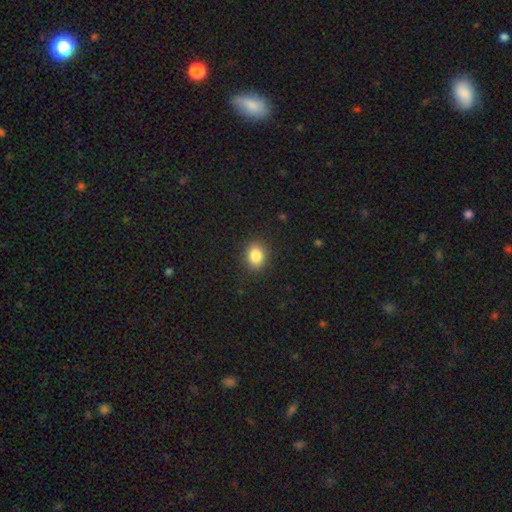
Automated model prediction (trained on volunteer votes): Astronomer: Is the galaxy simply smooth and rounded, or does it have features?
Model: smooth — 84%.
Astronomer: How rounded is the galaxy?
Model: in between — 50% (runner-up: round, 49%).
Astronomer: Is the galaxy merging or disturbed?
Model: none — 88%.